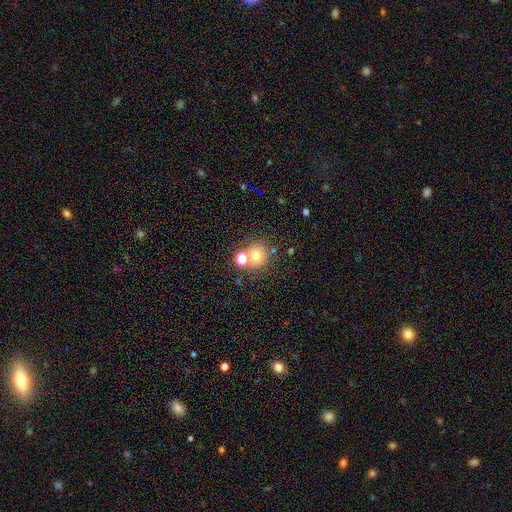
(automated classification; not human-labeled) Smooth or featured?
  - smooth: 71% *
  - star or artifact: 16%
  - featured or disk: 13%
How rounded?
  - round: 86% *
  - in between: 13%
  - cigar-shaped: 1%
Merging?
  - none: 58% *
  - merger: 29%
  - minor disturbance: 8%
  - major disturbance: 4%